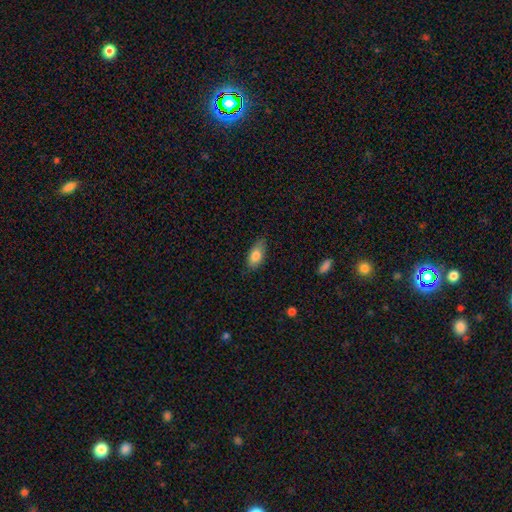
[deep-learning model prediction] Morphology: type=smooth (81%); roundness=in between (89%); merging=none (73%).